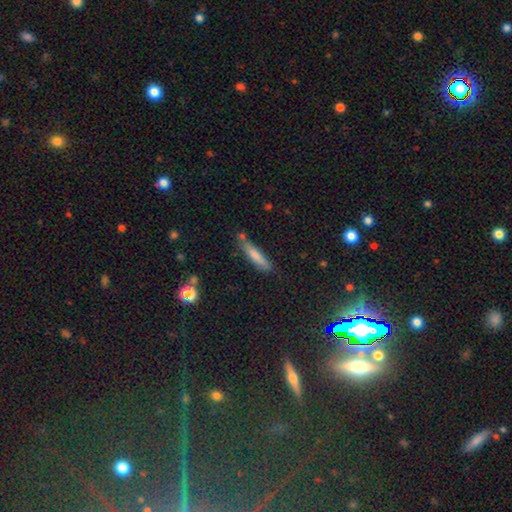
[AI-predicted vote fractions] smooth_or_featured: smooth (p=0.76) [alt: featured or disk p=0.17]
how_rounded: cigar-shaped (p=0.85) [alt: in between p=0.14]
merging: none (p=0.75) [alt: minor disturbance p=0.16]